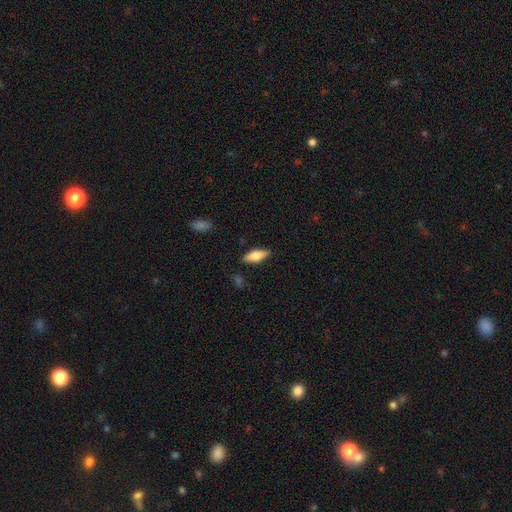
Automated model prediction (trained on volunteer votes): Overall: smooth (64%; featured or disk 29%). How rounded: in between (69%; cigar-shaped 29%). Merging: none (86%).